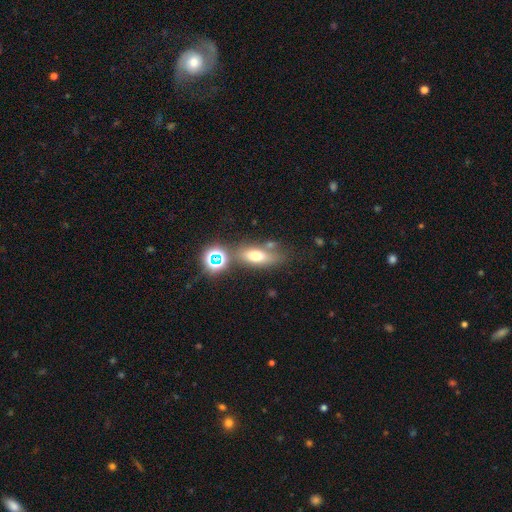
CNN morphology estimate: Q: Smooth or featured?
A: smooth (62%); runner-up: featured or disk (21%)
Q: How rounded?
A: in between (65%); runner-up: cigar-shaped (22%)
Q: Merging?
A: none (62%); runner-up: minor disturbance (16%)